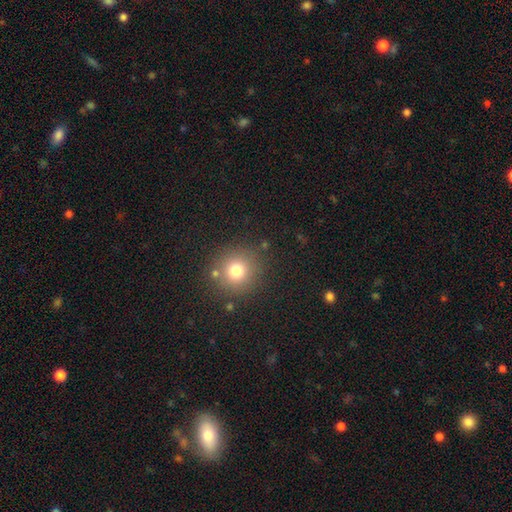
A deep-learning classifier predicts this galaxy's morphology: Overall: smooth (69%). How rounded: round (92%). Merging: none (84%).